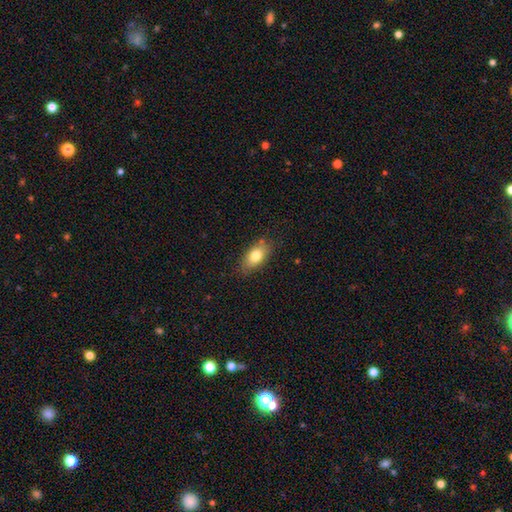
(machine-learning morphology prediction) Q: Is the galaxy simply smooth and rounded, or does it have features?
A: smooth — 78%.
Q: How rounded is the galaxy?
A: in between — 88%.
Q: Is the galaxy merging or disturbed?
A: none — 78%.